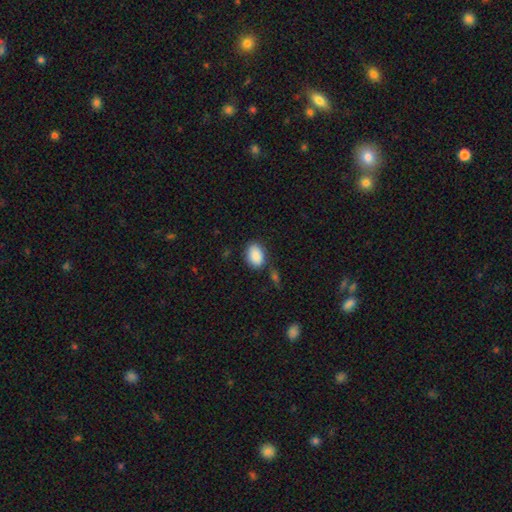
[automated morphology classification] Smooth or featured? smooth (90%)
How rounded? in between (85%)
Merging? none (78%)